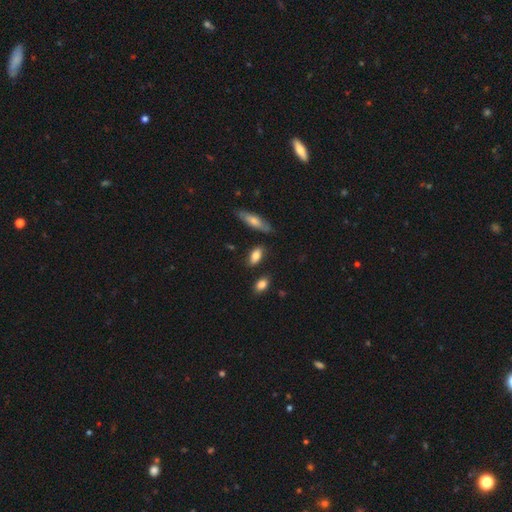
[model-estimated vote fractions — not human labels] Smooth or featured? Predicted: smooth (p=0.81). How rounded? Predicted: in between (p=0.86). Merging? Predicted: none (p=0.77).